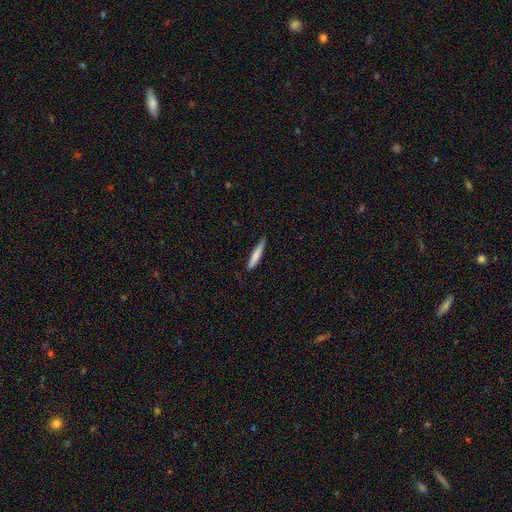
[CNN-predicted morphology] A smooth galaxy with no disk features (74%) that is cigar-shaped (92%).

Vote fractions:
- Smooth or featured? smooth: 74% / featured or disk: 20% / star or artifact: 6%
- How rounded? cigar-shaped: 92% / in between: 7% / round: 1%
- Merging? none: 76% / minor disturbance: 19% / major disturbance: 3% / merger: 1%